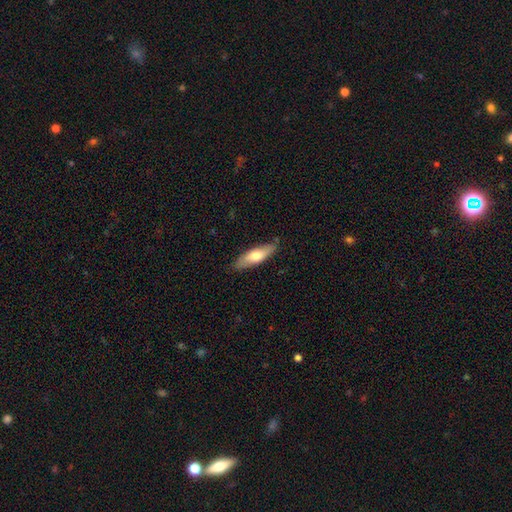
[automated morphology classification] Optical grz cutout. It shows a smooth galaxy with no disk features (66%) that is cigar-shaped (52%). Merging: none (82%).